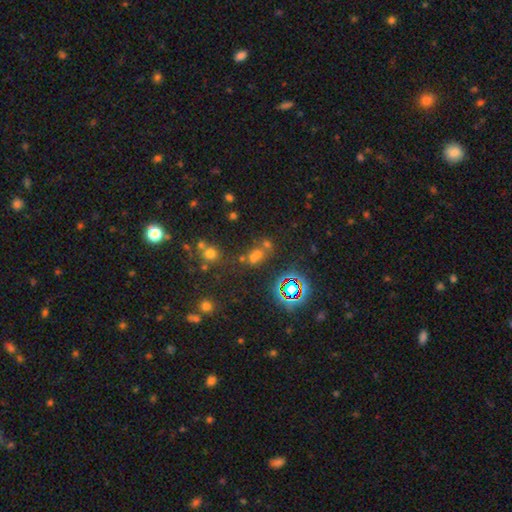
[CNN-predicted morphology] Smooth or featured: star or artifact — 45% (smooth — 44%)